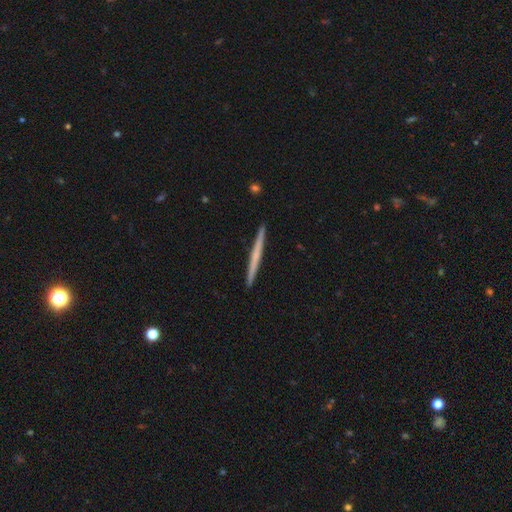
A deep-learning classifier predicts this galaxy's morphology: smooth_or_featured: featured or disk (p=0.51) [alt: smooth p=0.44]
disk_edge_on: yes (p=0.98) [alt: no p=0.02]
edge_on_bulge: none (p=0.83) [alt: rounded p=0.13]
merging: none (p=0.93) [alt: minor disturbance p=0.05]